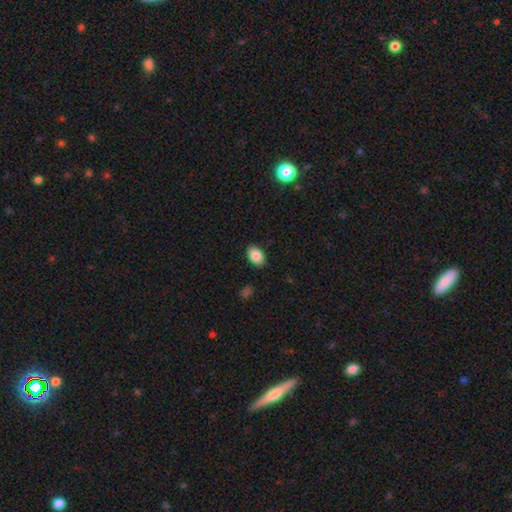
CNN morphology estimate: Smooth or featured? smooth (87%)
How rounded? in between (84%)
Merging? none (88%)